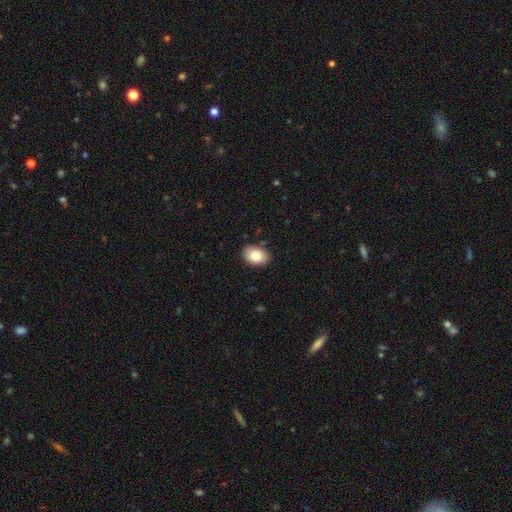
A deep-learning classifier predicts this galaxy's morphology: type=smooth (81%); roundness=in between (79%); merging=none (87%).